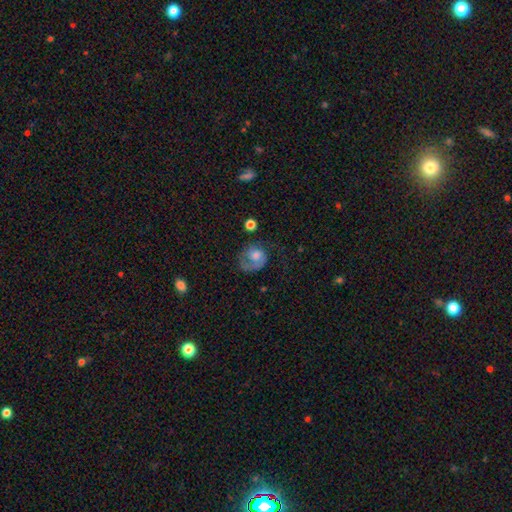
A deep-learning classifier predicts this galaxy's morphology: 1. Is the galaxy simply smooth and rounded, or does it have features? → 56% featured or disk, 36% smooth, 8% star or artifact.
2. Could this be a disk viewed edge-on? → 97% no, 3% yes.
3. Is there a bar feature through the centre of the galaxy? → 78% no, 19% weak, 3% strong.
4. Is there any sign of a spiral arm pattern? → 81% yes, 19% no.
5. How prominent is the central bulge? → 45% moderate, 22% small, 20% large, 10% none, 3% dominant.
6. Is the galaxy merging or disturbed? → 42% none, 34% major disturbance, 21% minor disturbance, 3% merger.